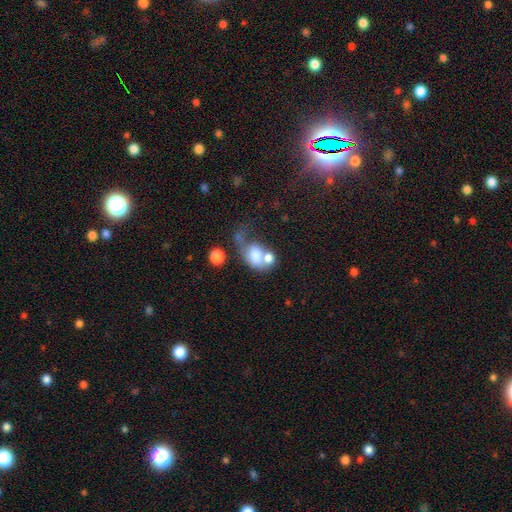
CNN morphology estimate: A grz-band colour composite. It shows a smooth galaxy with no disk features (66%) that is in between round and cigar-shaped (67%). Merging: merger (47%).